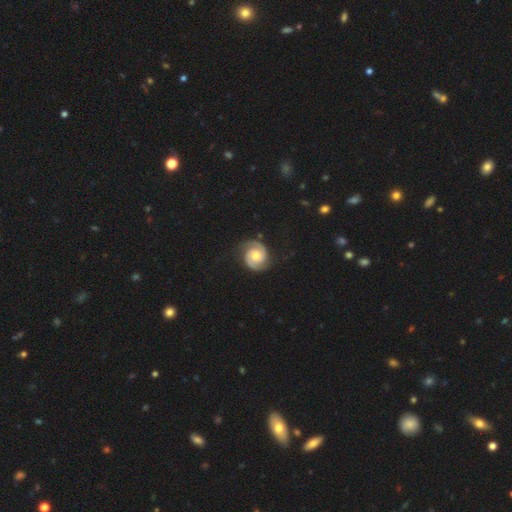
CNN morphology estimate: Smooth or featured? featured or disk (85%)
Edge-on disk? no (98%)
Bar? no (72%)
Spiral arms? yes (97%)
Spiral winding? tight (52%)
Spiral arm count? 2 (92%)
Bulge size? moderate (66%)
Merging? none (79%)